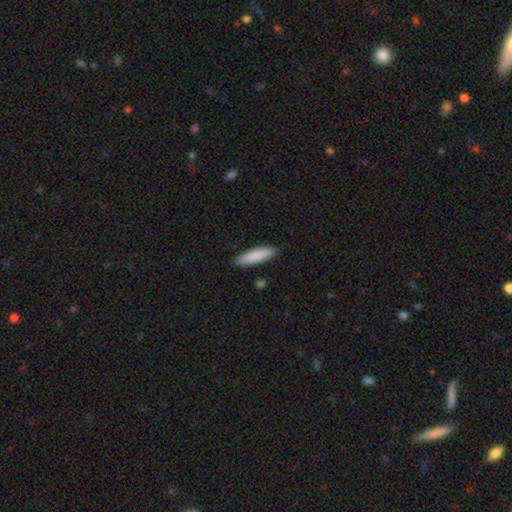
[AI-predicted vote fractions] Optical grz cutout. It shows a smooth galaxy with no disk features (86%) that is cigar-shaped (72%). Merging: none (89%).